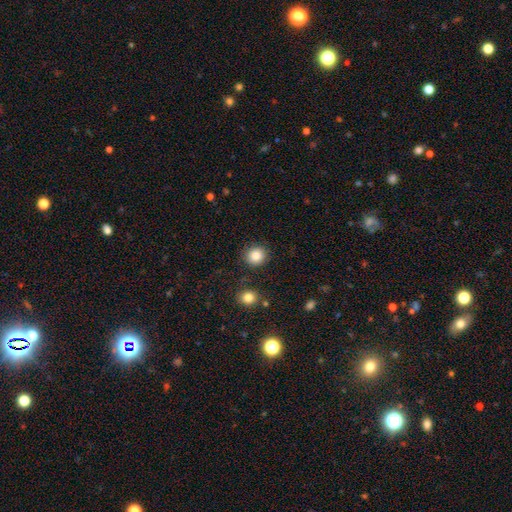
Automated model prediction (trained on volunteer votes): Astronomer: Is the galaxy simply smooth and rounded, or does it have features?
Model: smooth — 86%.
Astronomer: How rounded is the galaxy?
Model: round — 86%.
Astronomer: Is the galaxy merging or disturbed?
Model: none — 87%.